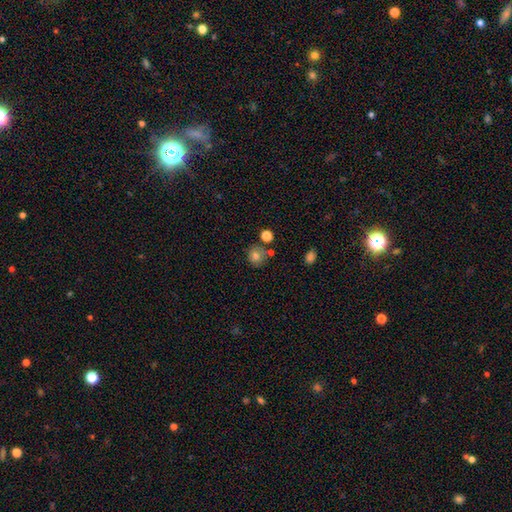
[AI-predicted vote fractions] Q: Smooth or featured?
A: smooth (78%); runner-up: star or artifact (12%)
Q: How rounded?
A: round (85%); runner-up: in between (14%)
Q: Merging?
A: none (70%); runner-up: minor disturbance (14%)